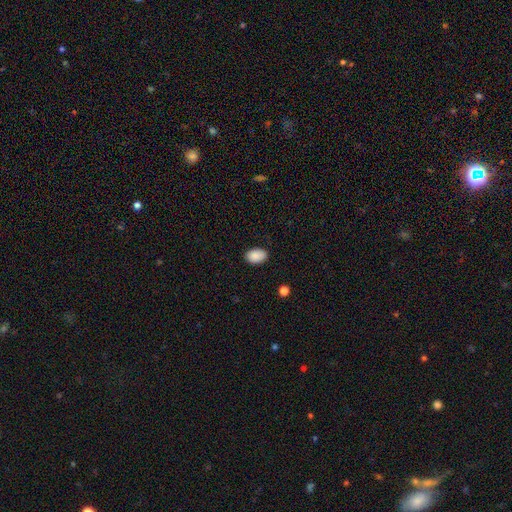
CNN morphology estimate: A smooth galaxy with no disk features (89%) that is in between round and cigar-shaped (88%). Merging: none (85%).